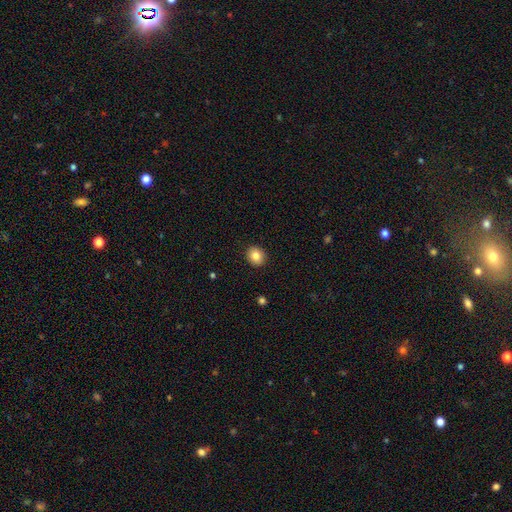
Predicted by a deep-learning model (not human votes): A smooth galaxy with no disk features (84%) that is round (72%).

Vote fractions:
- Smooth or featured? smooth: 84% / star or artifact: 9% / featured or disk: 6%
- How rounded? round: 72% / in between: 27% / cigar-shaped: 1%
- Merging? none: 91% / minor disturbance: 6% / major disturbance: 2% / merger: 1%